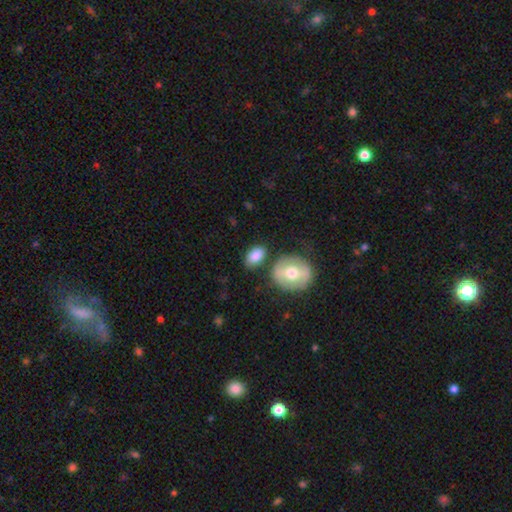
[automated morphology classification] type=smooth (83%); roundness=in between (85%); merging=none (73%).